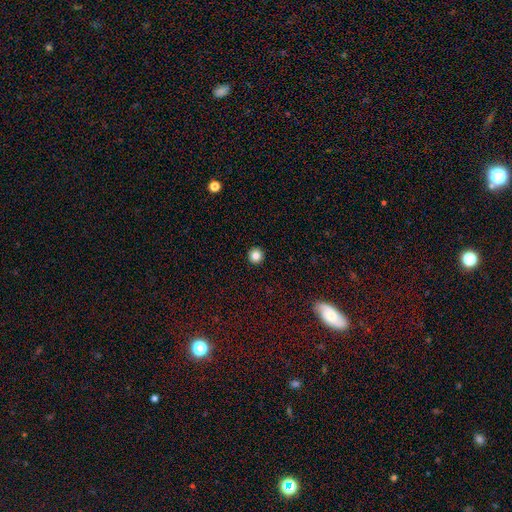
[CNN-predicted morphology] This appears to be a smooth galaxy with no disk features (85%) that is round (96%). Merging: none (94%).